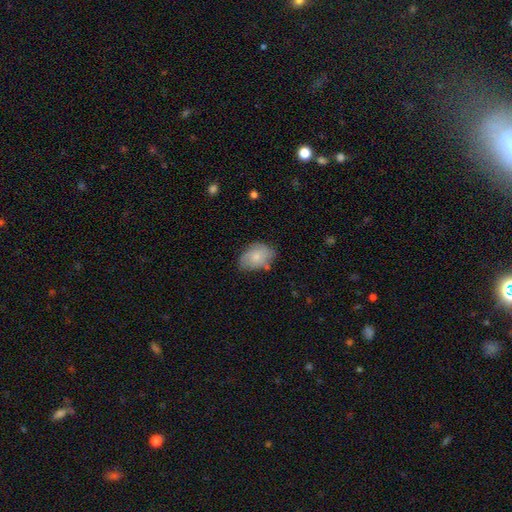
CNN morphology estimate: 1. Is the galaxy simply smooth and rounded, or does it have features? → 64% smooth, 29% featured or disk, 7% star or artifact.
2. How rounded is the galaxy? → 81% in between, 18% round, 1% cigar-shaped.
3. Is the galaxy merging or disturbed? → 59% none, 30% minor disturbance, 8% major disturbance, 3% merger.